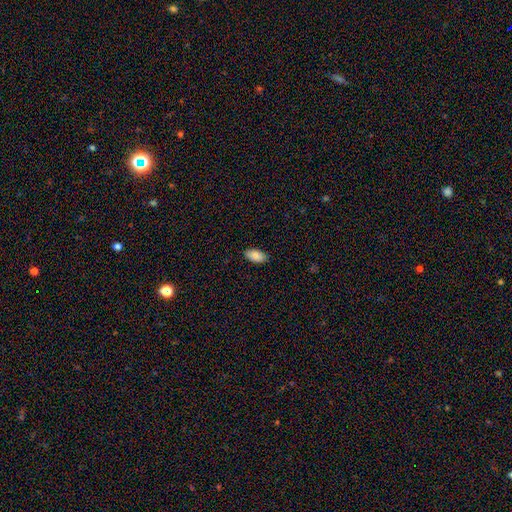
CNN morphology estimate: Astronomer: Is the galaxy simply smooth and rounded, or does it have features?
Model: smooth — 88%.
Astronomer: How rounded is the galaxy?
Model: in between — 95%.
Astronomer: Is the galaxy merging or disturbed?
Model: none — 87%.